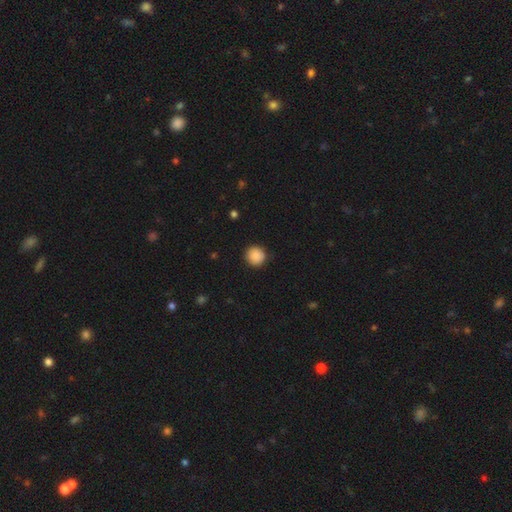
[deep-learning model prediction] Smooth or featured?
  - smooth: 89% *
  - star or artifact: 8%
  - featured or disk: 3%
How rounded?
  - round: 94% *
  - in between: 5%
  - cigar-shaped: 1%
Merging?
  - none: 91% *
  - minor disturbance: 6%
  - major disturbance: 2%
  - merger: 1%